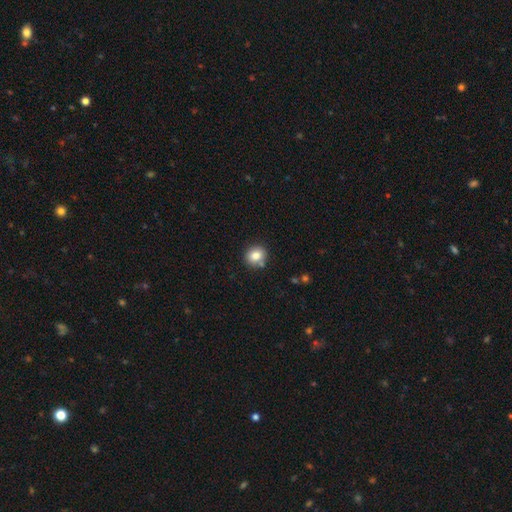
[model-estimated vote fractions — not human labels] Q: Smooth or featured?
A: smooth (83%); runner-up: star or artifact (10%)
Q: How rounded?
A: round (76%); runner-up: in between (23%)
Q: Merging?
A: none (79%); runner-up: minor disturbance (11%)